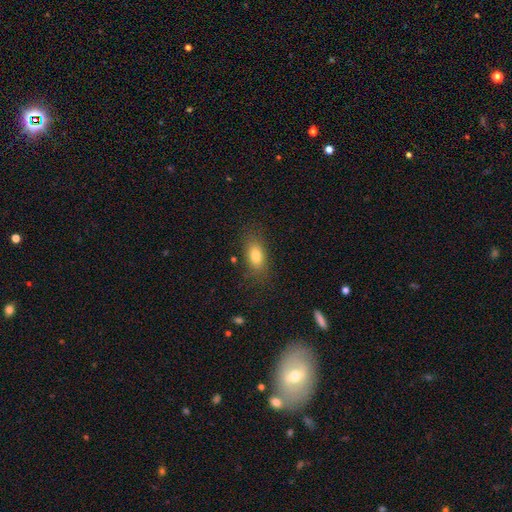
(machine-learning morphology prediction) Smooth or featured? Predicted: smooth (p=0.79). How rounded? Predicted: in between (p=0.82). Merging? Predicted: none (p=0.80).